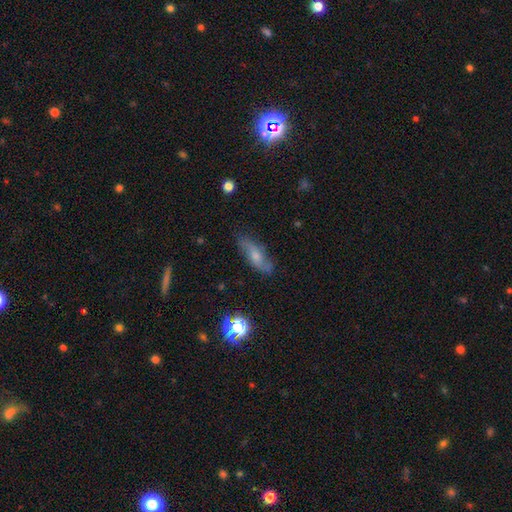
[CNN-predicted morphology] The model was most divided on "smooth or featured": featured or disk: 47%, smooth: 42%, star or artifact: 11%. More confident: merging — none (74%).